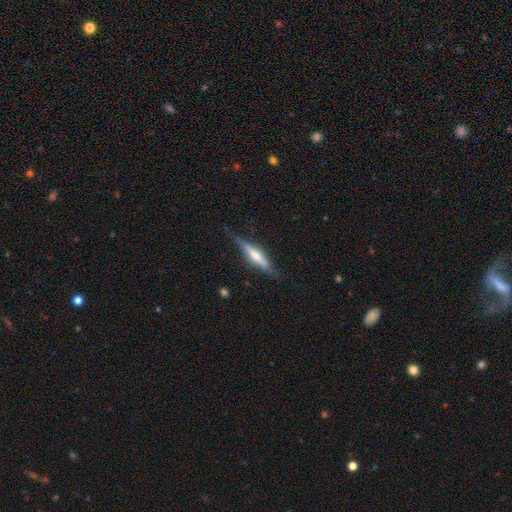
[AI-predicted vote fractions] Smooth or featured?
  - featured or disk: 62% *
  - smooth: 32%
  - star or artifact: 6%
Edge-on disk?
  - yes: 94% *
  - no: 6%
Edge-on bulge?
  - rounded: 71% *
  - boxy: 15%
  - none: 14%
Merging?
  - none: 73% *
  - minor disturbance: 20%
  - major disturbance: 6%
  - merger: 2%